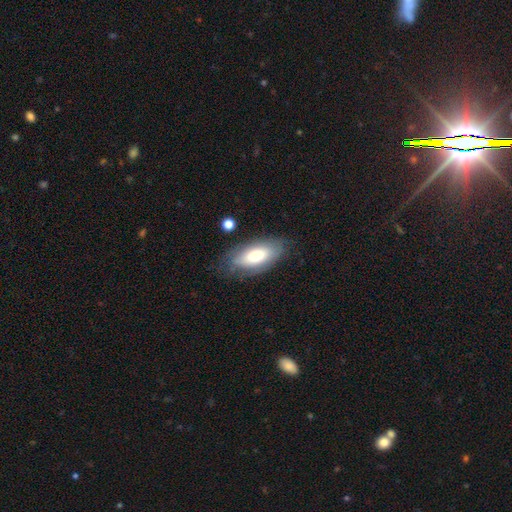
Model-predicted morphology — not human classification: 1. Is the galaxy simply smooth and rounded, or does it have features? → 67% smooth, 26% featured or disk, 7% star or artifact.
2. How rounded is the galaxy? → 87% in between, 10% cigar-shaped, 3% round.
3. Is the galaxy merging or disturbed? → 74% none, 18% minor disturbance, 6% major disturbance, 2% merger.